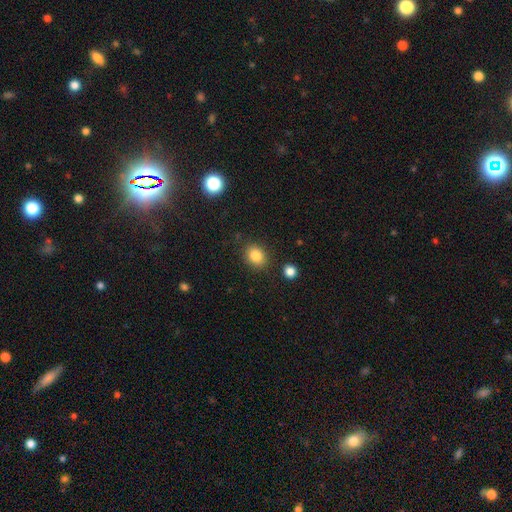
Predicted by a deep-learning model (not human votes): A smooth galaxy with no disk features (83%) that is round (55%). Merging: none (85%).